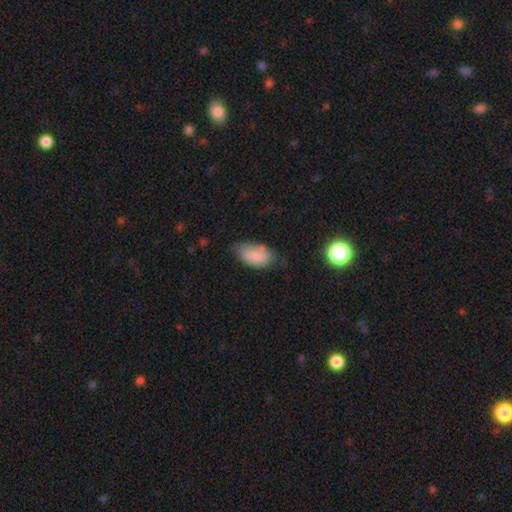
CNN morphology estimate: type=smooth (80%); roundness=in between (93%); merging=none (51%).